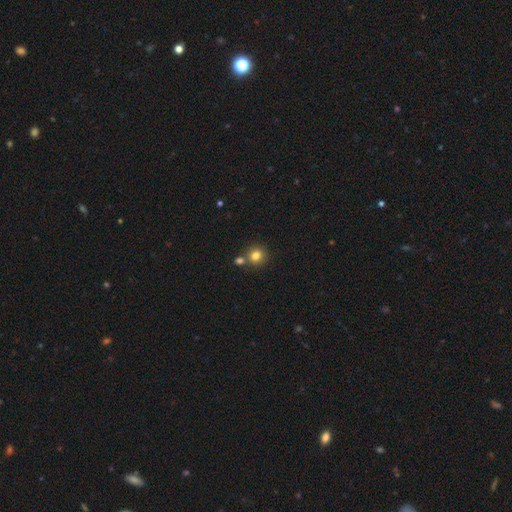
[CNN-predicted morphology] smooth_or_featured: smooth (p=0.81) [alt: star or artifact p=0.12]
how_rounded: round (p=0.90) [alt: in between p=0.09]
merging: none (p=0.70) [alt: merger p=0.19]